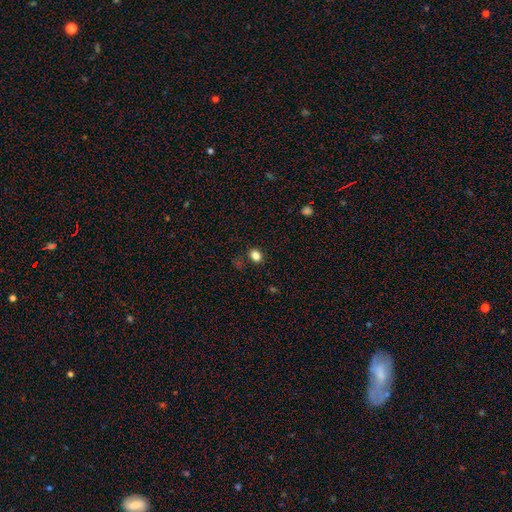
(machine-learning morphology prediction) smooth-or-featured: smooth: 83% | star or artifact: 13% | featured or disk: 4%
  how-rounded: in between: 57% | round: 42% | cigar-shaped: 1%
  merging: none: 85% | minor disturbance: 10% | major disturbance: 3% | merger: 2%